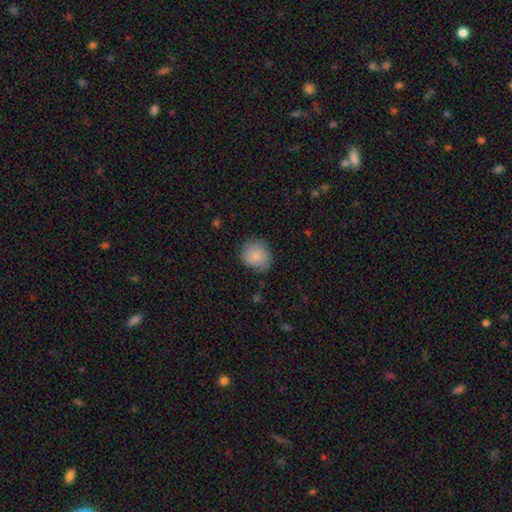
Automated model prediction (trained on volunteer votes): A smooth galaxy with no disk features (78%) that is round (78%). Merging: none (70%).